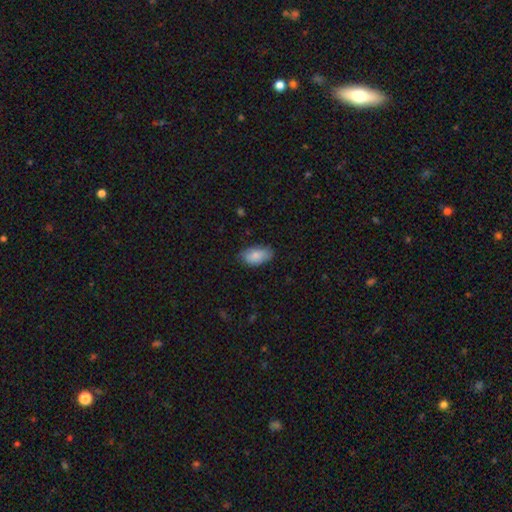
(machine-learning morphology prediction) This appears to be a smooth galaxy with no disk features (84%) that is in between round and cigar-shaped (94%). Merging: none (76%).